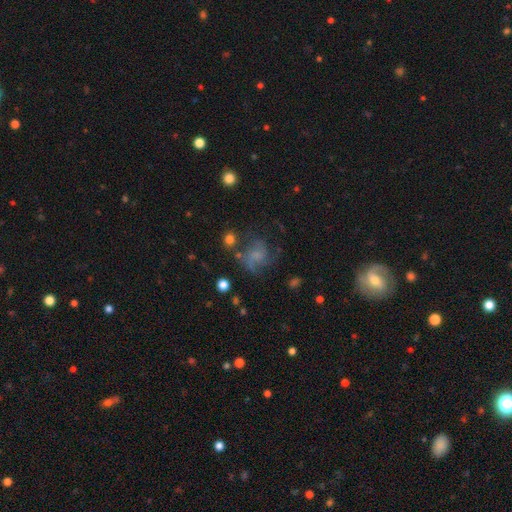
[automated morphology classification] Overall: featured or disk (61%; smooth 25%). Edge-on disk: no (98%). Bar: no (72%). Spiral arms: yes (88%). Spiral arm count: 3 (29%; 2 26%). Spiral winding: medium (48%; loose 28%). Bulge size: small (42%; none 28%). Merging: none (55%; major disturbance 20%).